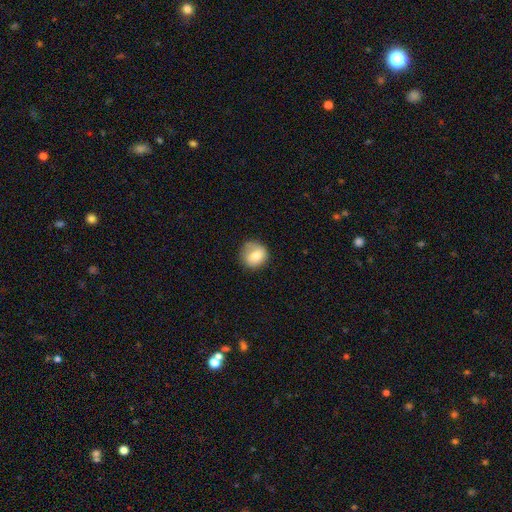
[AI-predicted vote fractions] smooth 76%, featured or disk 16%, star or artifact 8%. Down the decision tree: how rounded — round (87%); merging — none (71%).